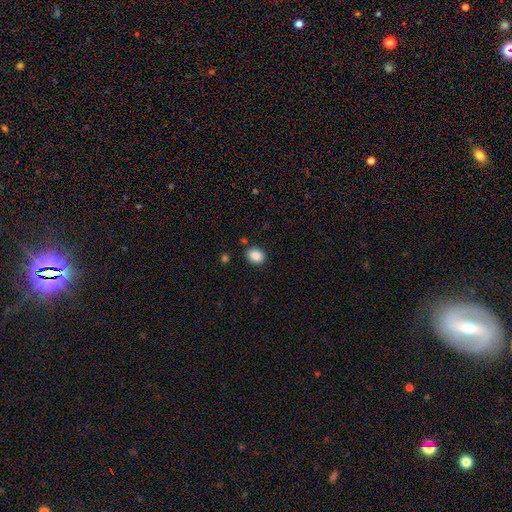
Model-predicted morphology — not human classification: Smooth or featured: smooth — 88% (star or artifact — 9%)
How rounded: round — 50% (in between — 49%)
Merging: none — 88% (minor disturbance — 8%)